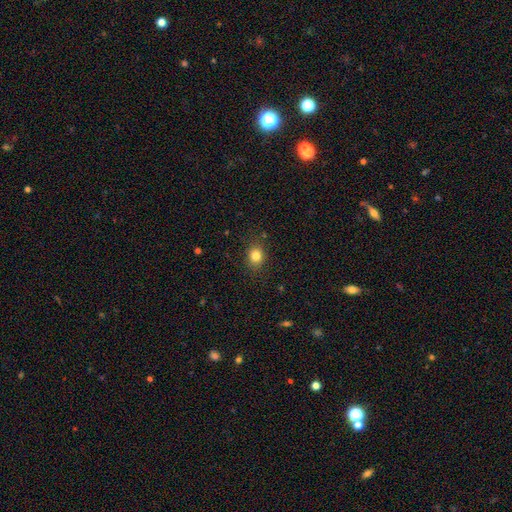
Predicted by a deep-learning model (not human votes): smooth_or_featured: smooth (p=0.82) [alt: star or artifact p=0.12]
how_rounded: round (p=0.63) [alt: in between p=0.36]
merging: none (p=0.86) [alt: minor disturbance p=0.10]